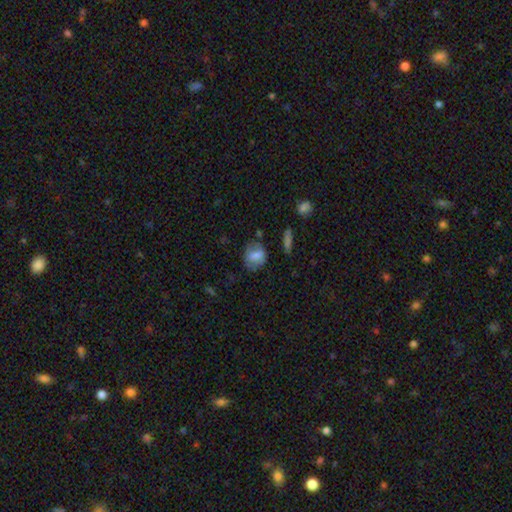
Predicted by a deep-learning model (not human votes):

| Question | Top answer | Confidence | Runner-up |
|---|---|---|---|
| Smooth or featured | smooth | 69% | featured or disk (22%) |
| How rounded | in between | 51% | round (46%) |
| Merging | none | 64% | minor disturbance (23%) |